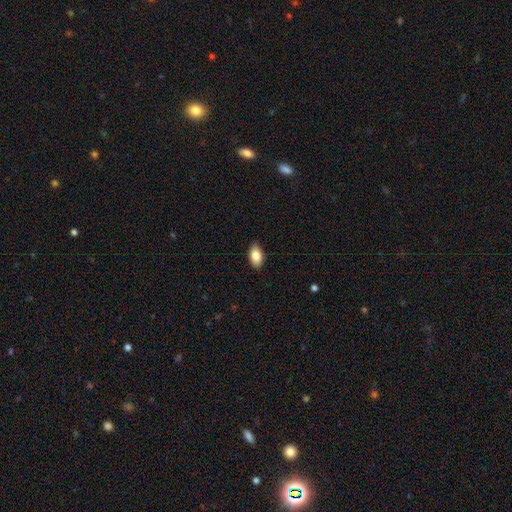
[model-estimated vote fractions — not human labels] This is clearly a smooth galaxy (84%). How rounded: clearly in between (93%). Merging: clearly none (88%).